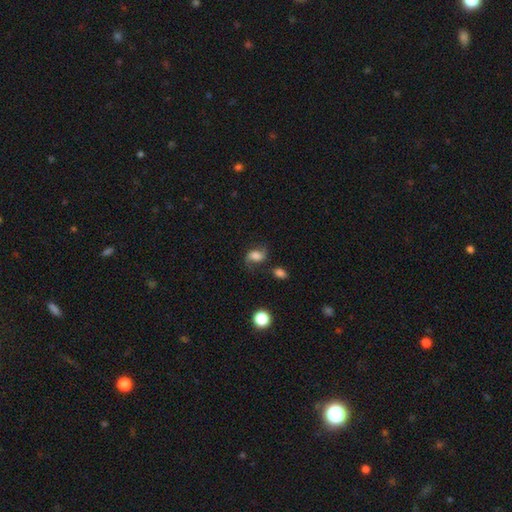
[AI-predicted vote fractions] smooth-or-featured: featured or disk: 49% | smooth: 40% | star or artifact: 11%
  merging: none: 62% | minor disturbance: 21% | major disturbance: 11% | merger: 6%